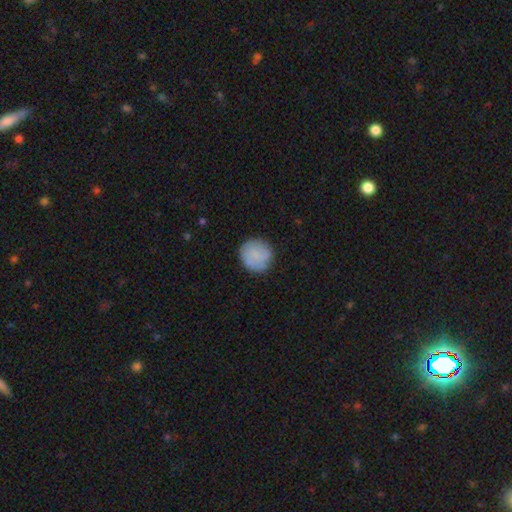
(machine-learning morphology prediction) smooth_or_featured: smooth (p=0.72) [alt: featured or disk p=0.21]
how_rounded: round (p=0.91) [alt: in between p=0.08]
merging: none (p=0.79) [alt: minor disturbance p=0.15]